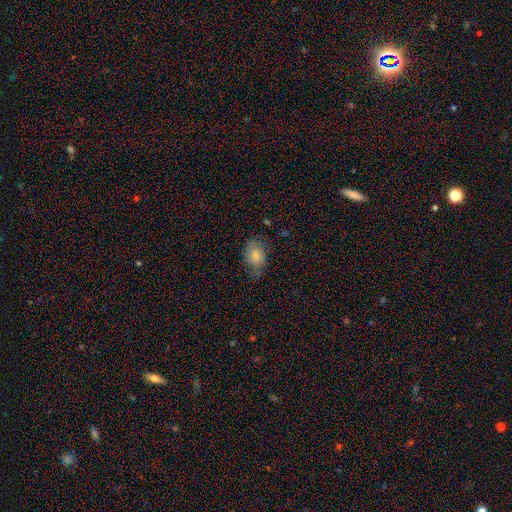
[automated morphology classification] Overall: smooth (74%). How rounded: in between (74%). Merging: none (57%; minor disturbance 30%).